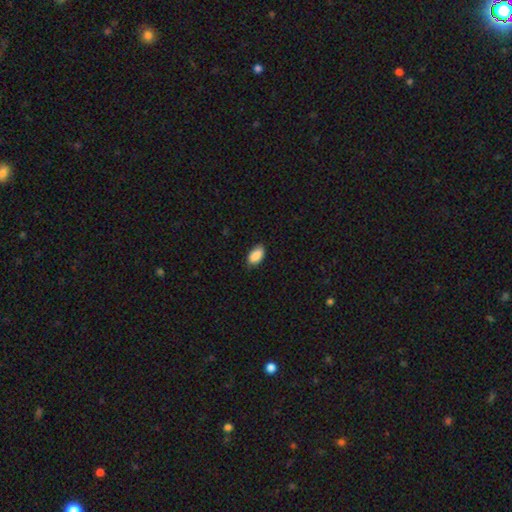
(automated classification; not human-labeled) The model was most divided on "merging": none: 80%, minor disturbance: 17%, major disturbance: 2%, merger: 1%. More confident: how rounded — in between (93%); smooth or featured — smooth (88%).